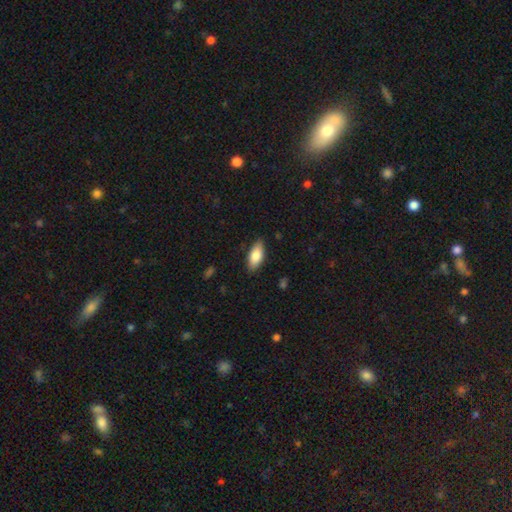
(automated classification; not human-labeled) smooth_or_featured: smooth (p=0.82) [alt: featured or disk p=0.12]
how_rounded: in between (p=0.86) [alt: cigar-shaped p=0.11]
merging: none (p=0.85) [alt: minor disturbance p=0.12]